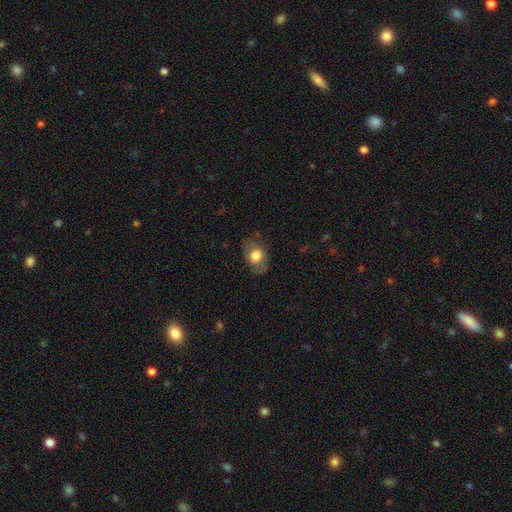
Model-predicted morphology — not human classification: smooth 67%, featured or disk 25%, star or artifact 8%. Down the decision tree: how rounded — in between (73%); merging — none (71%).